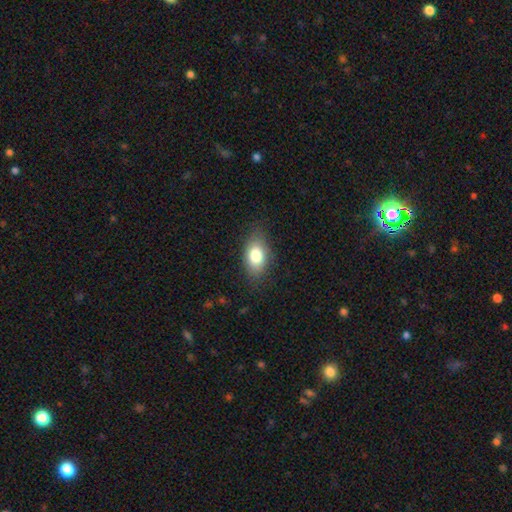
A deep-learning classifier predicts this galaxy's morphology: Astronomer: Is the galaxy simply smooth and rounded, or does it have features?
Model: smooth — 79%.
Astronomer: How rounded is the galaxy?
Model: in between — 88%.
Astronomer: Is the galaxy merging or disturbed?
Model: none — 80%.